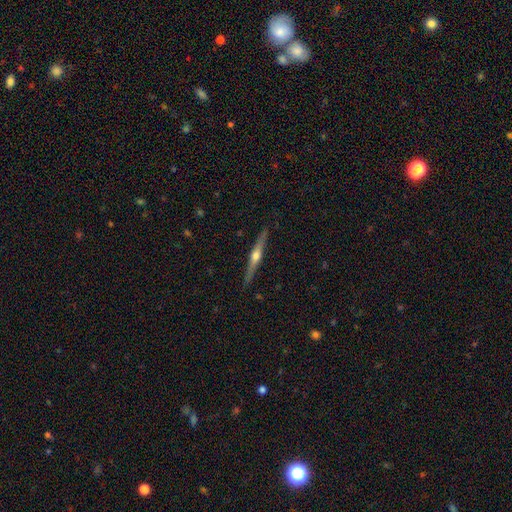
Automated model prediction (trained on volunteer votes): Smooth or featured? featured or disk (75%)
Edge-on disk? yes (98%)
Edge-on bulge? rounded (93%)
Merging? none (90%)